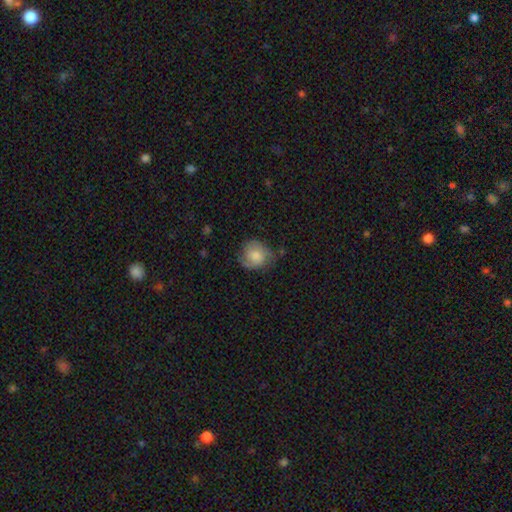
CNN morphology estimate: Overall: smooth (56%; featured or disk 36%). How rounded: round (75%). Merging: none (55%; minor disturbance 31%).